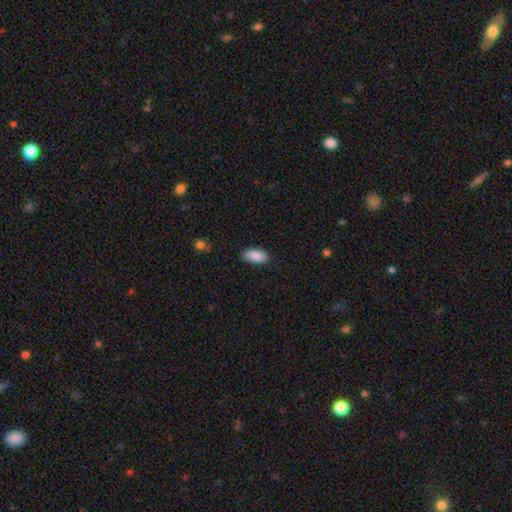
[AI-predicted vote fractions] smooth-or-featured: smooth: 89% | star or artifact: 7% | featured or disk: 5%
  how-rounded: in between: 89% | cigar-shaped: 9% | round: 2%
  merging: none: 83% | minor disturbance: 13% | major disturbance: 2% | merger: 1%